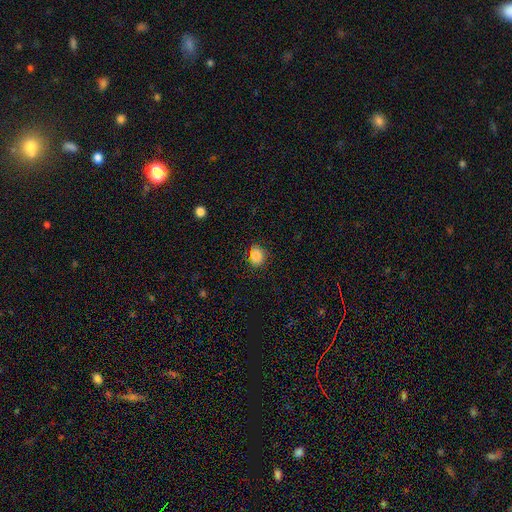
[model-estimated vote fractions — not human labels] Smooth or featured: smooth — 85% (star or artifact — 11%)
How rounded: round — 57% (in between — 42%)
Merging: none — 78% (minor disturbance — 17%)